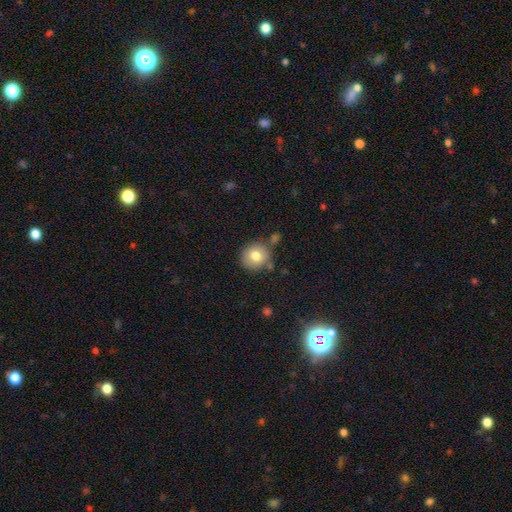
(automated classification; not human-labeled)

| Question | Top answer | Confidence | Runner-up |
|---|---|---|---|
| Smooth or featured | smooth | 79% | featured or disk (12%) |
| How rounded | round | 87% | in between (12%) |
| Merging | none | 75% | minor disturbance (13%) |